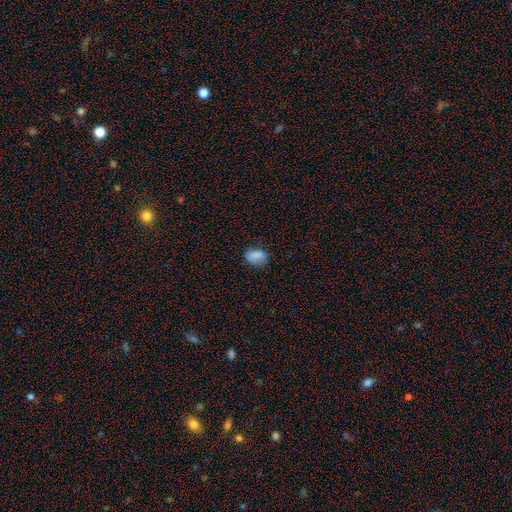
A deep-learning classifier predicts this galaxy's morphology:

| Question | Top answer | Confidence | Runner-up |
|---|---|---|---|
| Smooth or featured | smooth | 82% | star or artifact (10%) |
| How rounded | in between | 80% | round (18%) |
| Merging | none | 66% | minor disturbance (25%) |